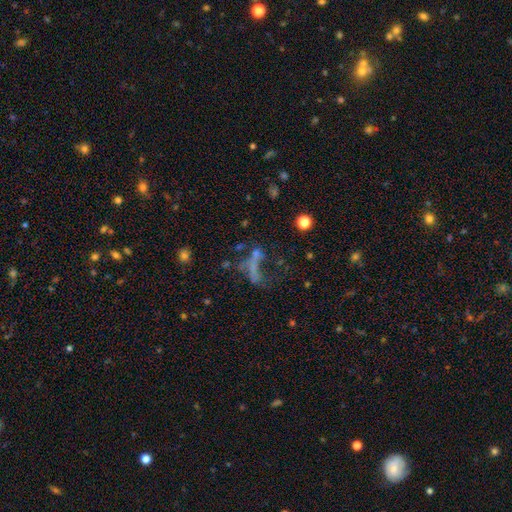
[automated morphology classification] Q: Smooth or featured?
A: smooth (37%); runner-up: featured or disk (34%)
Q: Merging?
A: major disturbance (37%); runner-up: none (32%)